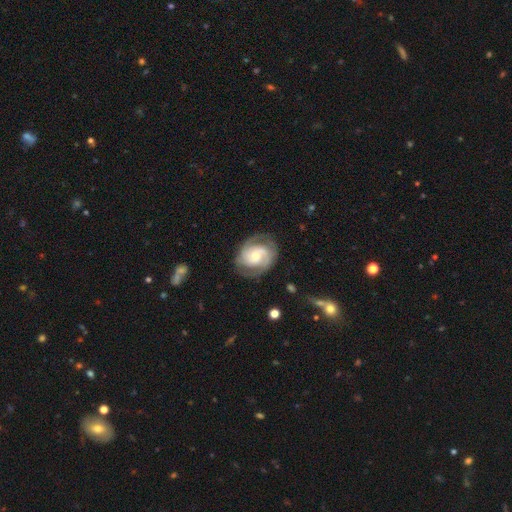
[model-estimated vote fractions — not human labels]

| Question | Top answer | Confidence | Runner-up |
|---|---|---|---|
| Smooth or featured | featured or disk | 82% | smooth (12%) |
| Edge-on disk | no | 98% | yes (2%) |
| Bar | no | 59% | weak (33%) |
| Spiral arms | yes | 96% | no (4%) |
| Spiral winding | tight | 48% | medium (41%) |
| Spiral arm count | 2 | 60% | 3 (17%) |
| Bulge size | small | 52% | moderate (36%) |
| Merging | none | 73% | minor disturbance (17%) |